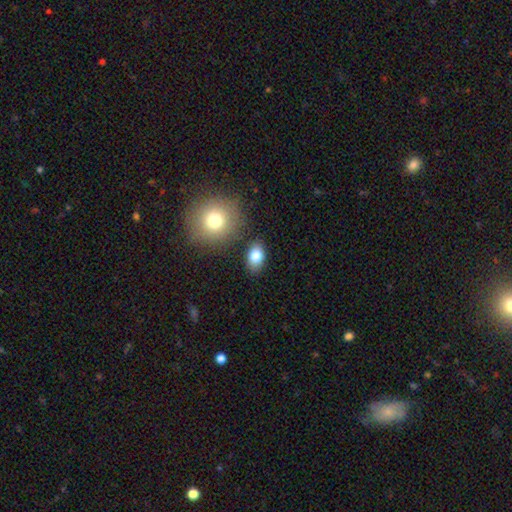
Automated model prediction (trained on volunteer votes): Smooth or featured?
  - smooth: 82% *
  - featured or disk: 9%
  - star or artifact: 9%
How rounded?
  - in between: 83% *
  - round: 16%
  - cigar-shaped: 1%
Merging?
  - none: 81% *
  - minor disturbance: 11%
  - merger: 5%
  - major disturbance: 3%